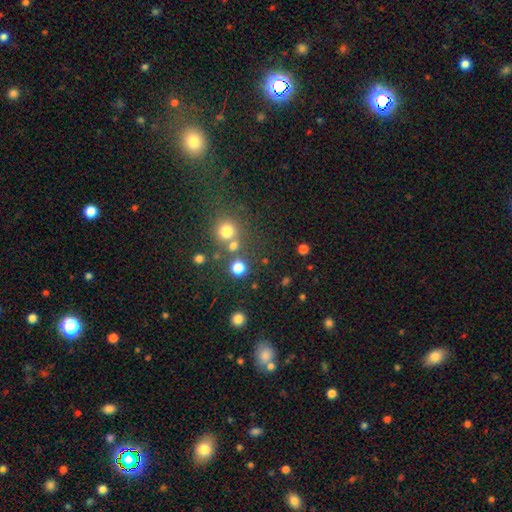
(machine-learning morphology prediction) Smooth or featured? Predicted: smooth (p=0.47). Merging? Predicted: none (p=0.70).